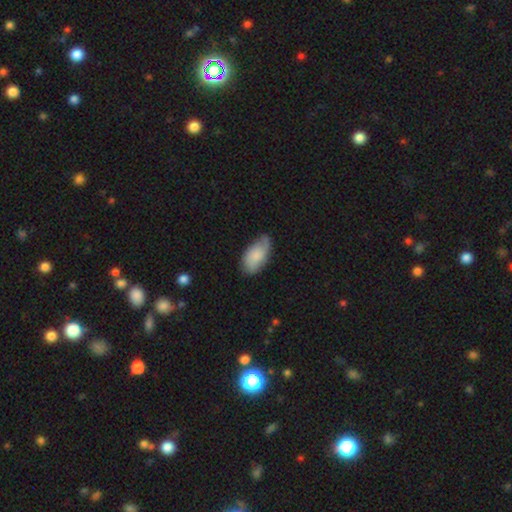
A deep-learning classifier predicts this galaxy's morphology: A smooth galaxy with no disk features (69%) that is in between round and cigar-shaped (94%). Merging: none (57%).